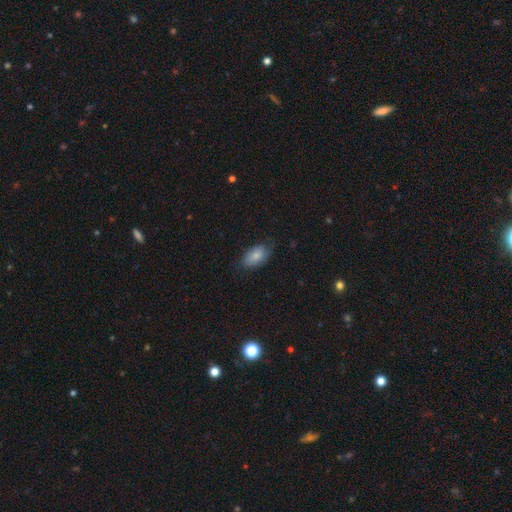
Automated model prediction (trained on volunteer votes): This appears to be a smooth galaxy with no disk features (79%) that is in between round and cigar-shaped (93%). Merging: none (68%).